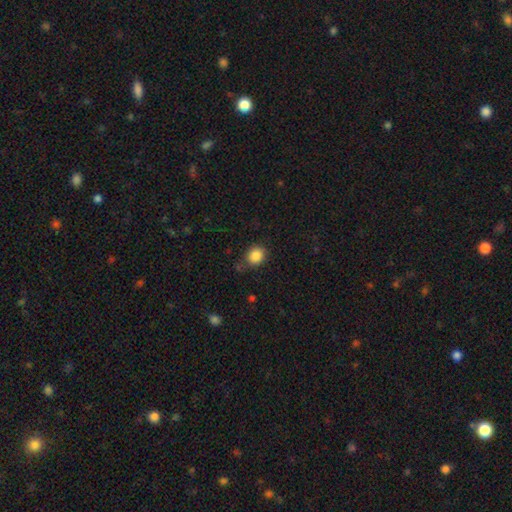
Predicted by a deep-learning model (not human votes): This appears to be a smooth galaxy with no disk features (87%) that is round (68%). Merging: none (78%).